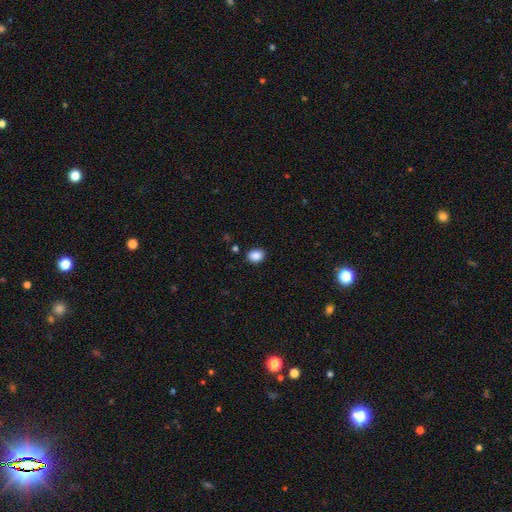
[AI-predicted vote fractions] Q: Smooth or featured?
A: smooth (88%); runner-up: star or artifact (9%)
Q: How rounded?
A: in between (66%); runner-up: round (33%)
Q: Merging?
A: none (88%); runner-up: minor disturbance (9%)